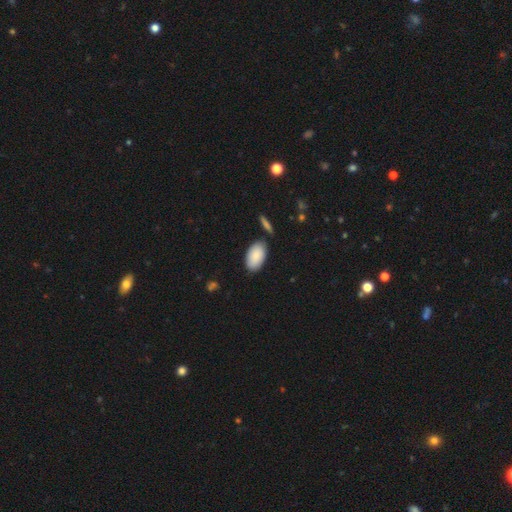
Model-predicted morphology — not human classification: A smooth galaxy with no disk features (88%) that is in between round and cigar-shaped (96%). Merging: none (80%).